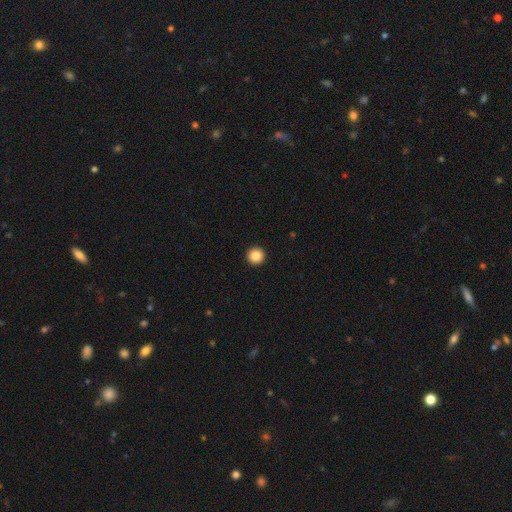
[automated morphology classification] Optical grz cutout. It shows a smooth galaxy with no disk features (86%) that is round (97%). Merging: none (95%).